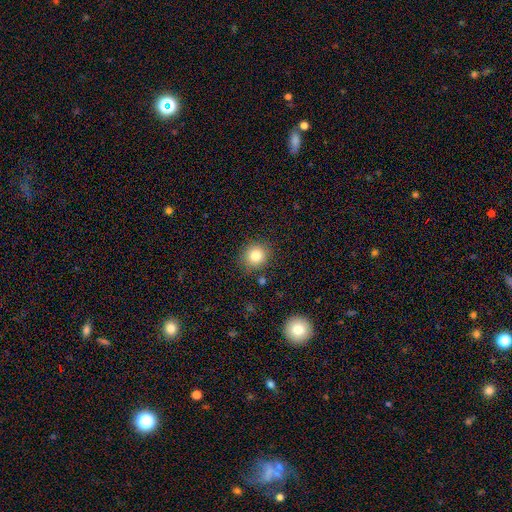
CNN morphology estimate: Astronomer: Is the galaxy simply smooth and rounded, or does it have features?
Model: smooth — 81%.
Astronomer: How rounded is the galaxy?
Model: round — 82%.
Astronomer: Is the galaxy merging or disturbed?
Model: none — 85%.